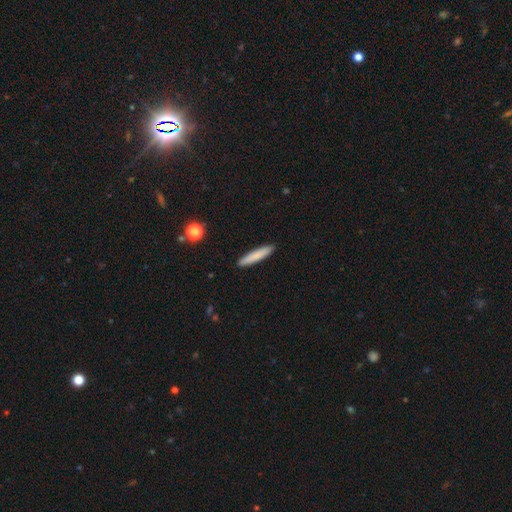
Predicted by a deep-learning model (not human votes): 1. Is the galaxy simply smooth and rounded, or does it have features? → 82% smooth, 12% featured or disk, 6% star or artifact.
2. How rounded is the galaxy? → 91% cigar-shaped, 8% in between, 1% round.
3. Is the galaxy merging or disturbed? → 91% none, 6% minor disturbance, 1% major disturbance, 1% merger.